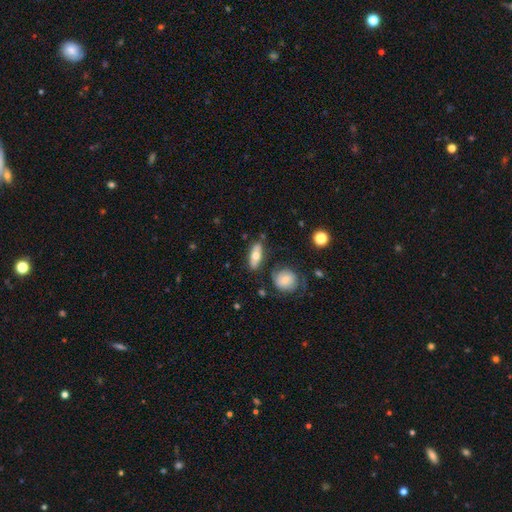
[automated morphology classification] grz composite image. It shows a smooth galaxy with no disk features (60%) that is in between round and cigar-shaped (68%). Merging: none (75%).